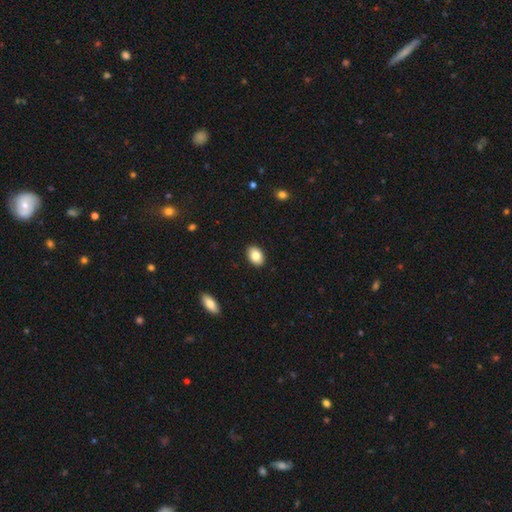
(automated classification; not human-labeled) Smooth or featured: smooth — 84% (featured or disk — 8%)
How rounded: in between — 85% (round — 14%)
Merging: none — 91% (minor disturbance — 7%)